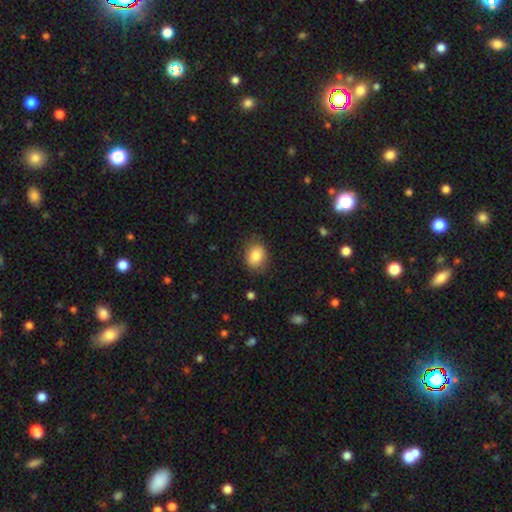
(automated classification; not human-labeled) Overall: smooth (84%). How rounded: in between (58%; round 41%). Merging: none (83%).